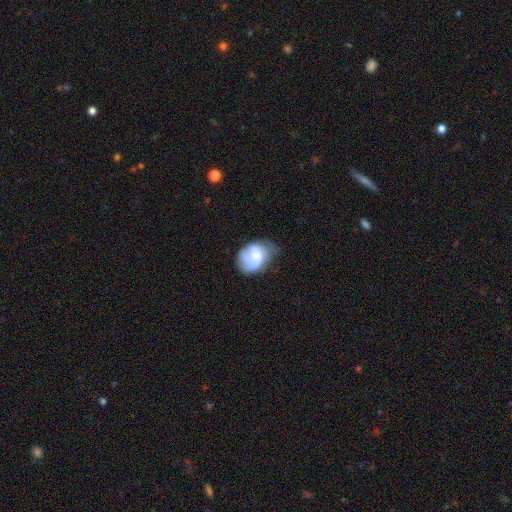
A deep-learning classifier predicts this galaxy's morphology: Smooth or featured? featured or disk (51%)
Edge-on disk? no (98%)
Merging? none (44%)